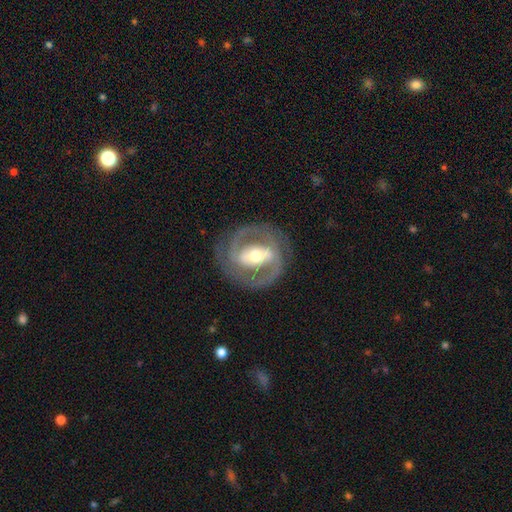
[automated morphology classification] A featured or disk galaxy (88%) with a strong bar (53%), 2 (89%) tight (45%, tied with medium) spiral arms (91%) and a moderate central bulge (64%).

Vote fractions:
- Smooth or featured? featured or disk: 88% / smooth: 8% / star or artifact: 4%
- Edge-on disk? no: 97% / yes: 3%
- Bar? strong: 53% / weak: 30% / no: 17%
- Spiral arms? yes: 91% / no: 9%
- Spiral winding? tight: 45% (tied) / medium: 45% (tied) / loose: 10%
- Spiral arm count? 2: 89% / can't tell: 4% / 3: 2% / 1: 2% / 4: 1% / more than 4: 1%
- Bulge size? moderate: 64% / small: 26% / large: 8% / dominant: 1% / none: 1%
- Merging? none: 83% / minor disturbance: 10% / major disturbance: 5% / merger: 1%